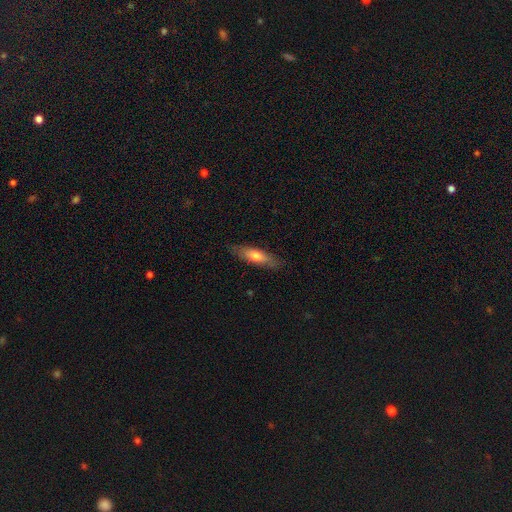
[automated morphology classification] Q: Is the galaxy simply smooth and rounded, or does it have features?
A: smooth — 65%.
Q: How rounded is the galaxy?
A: cigar-shaped — 57%.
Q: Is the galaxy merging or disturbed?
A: none — 82%.